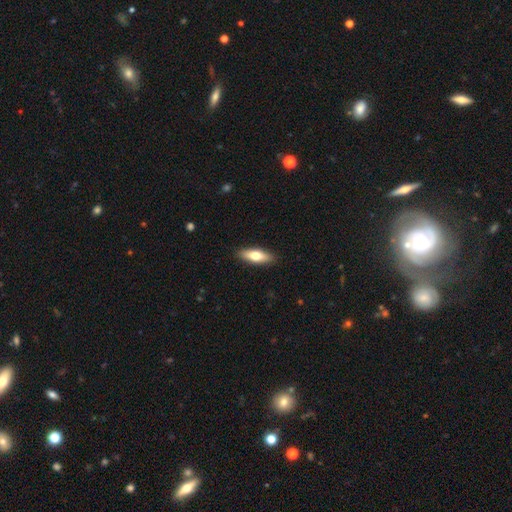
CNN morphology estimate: This is likely a smooth galaxy (68%). How rounded: possibly in between (58%). Merging: clearly none (90%).